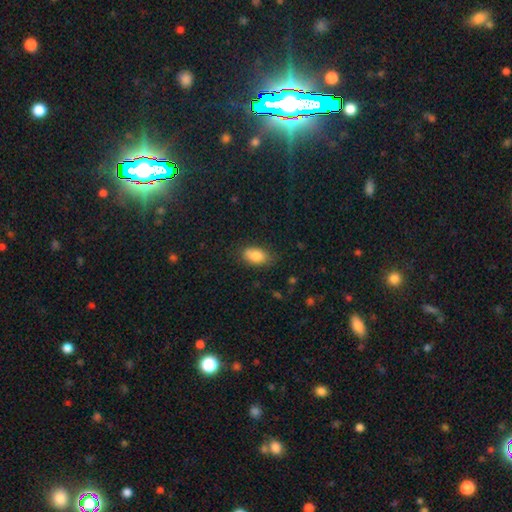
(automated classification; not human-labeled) Smooth or featured?
  - smooth: 84% *
  - featured or disk: 8%
  - star or artifact: 8%
How rounded?
  - in between: 89% *
  - round: 9%
  - cigar-shaped: 2%
Merging?
  - none: 70% *
  - minor disturbance: 22%
  - major disturbance: 5%
  - merger: 3%